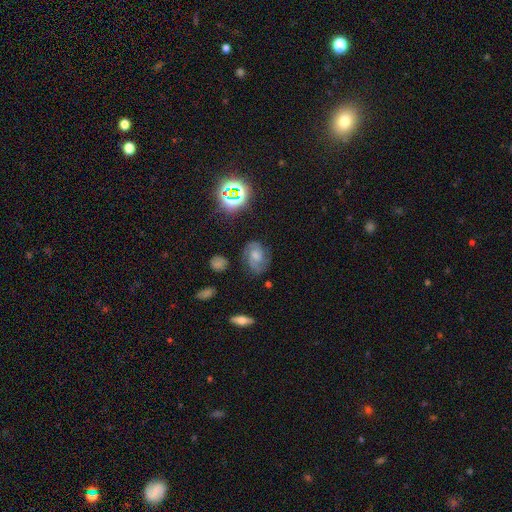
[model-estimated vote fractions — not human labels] This is likely a featured or disk galaxy (71%). It is clearly not viewed edge-on (97%). Bar: possibly no (52%). Spiral arm pattern: clearly yes (95%). Spiral arm count: likely 2 (72%). Spiral winding: possibly medium (47%). Central bulge: marginally small (41%). Merging: likely none (73%).